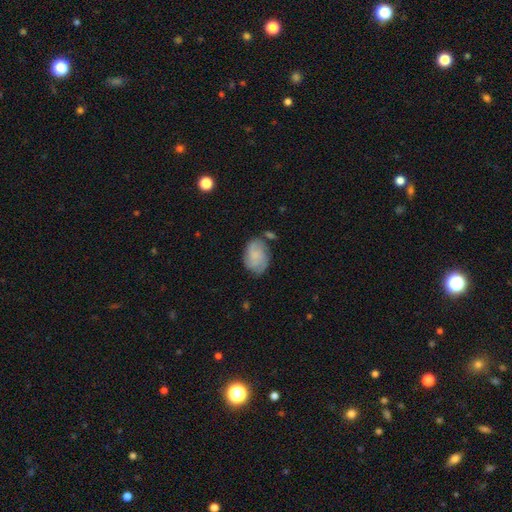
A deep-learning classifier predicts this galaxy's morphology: type=smooth (47%); merging=none (62%).